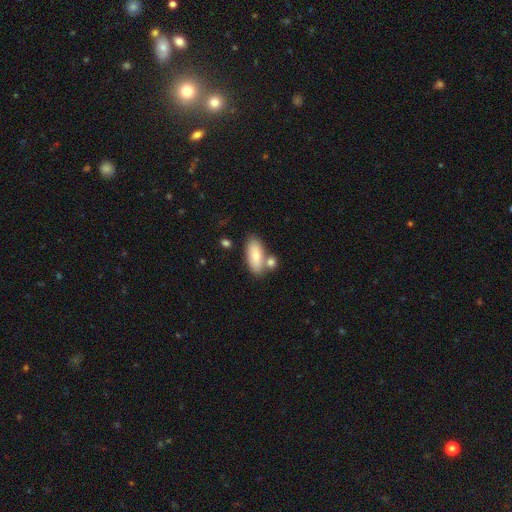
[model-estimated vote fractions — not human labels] This is likely a smooth galaxy (76%). How rounded: clearly in between (84%). Merging: likely none (61%).